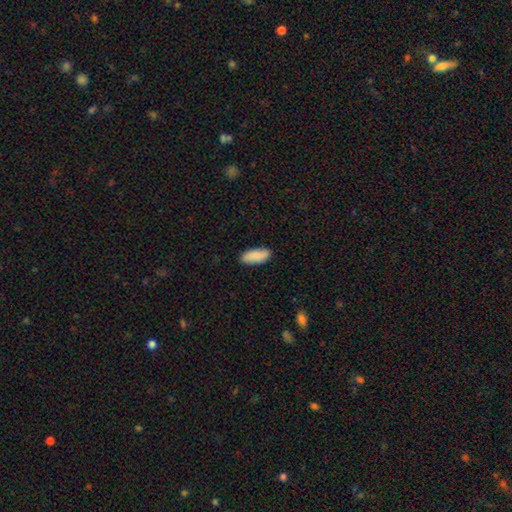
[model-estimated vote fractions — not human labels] This appears to be a smooth galaxy with no disk features (87%) that is in between round and cigar-shaped (84%). Merging: none (88%).